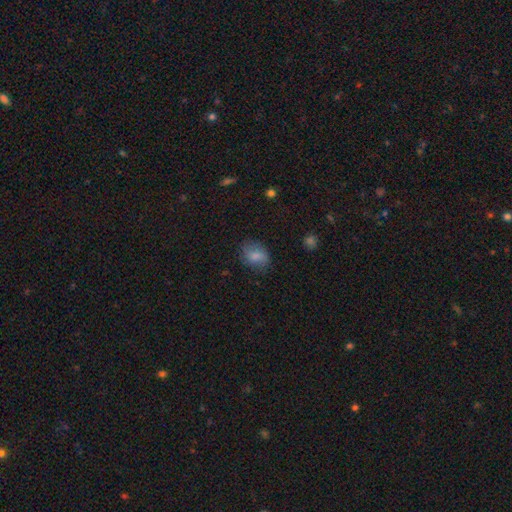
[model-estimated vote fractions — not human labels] Smooth or featured?
  - smooth: 79% *
  - featured or disk: 12%
  - star or artifact: 9%
How rounded?
  - in between: 61% *
  - round: 38%
  - cigar-shaped: 1%
Merging?
  - none: 72% *
  - minor disturbance: 20%
  - major disturbance: 6%
  - merger: 1%